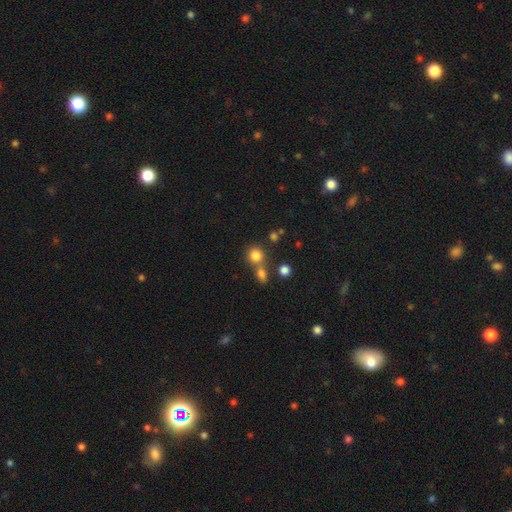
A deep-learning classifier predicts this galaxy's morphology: This appears to be a smooth galaxy with no disk features (80%) that is round (85%). Merging: none (59%).